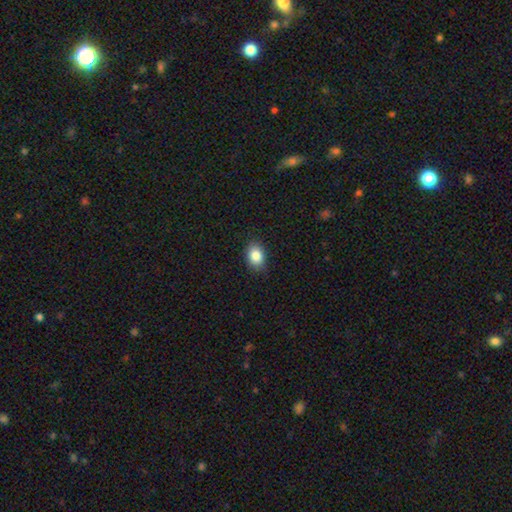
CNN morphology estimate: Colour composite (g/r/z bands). It shows a smooth galaxy with no disk features (86%) that is in between round and cigar-shaped (73%). Merging: none (85%).